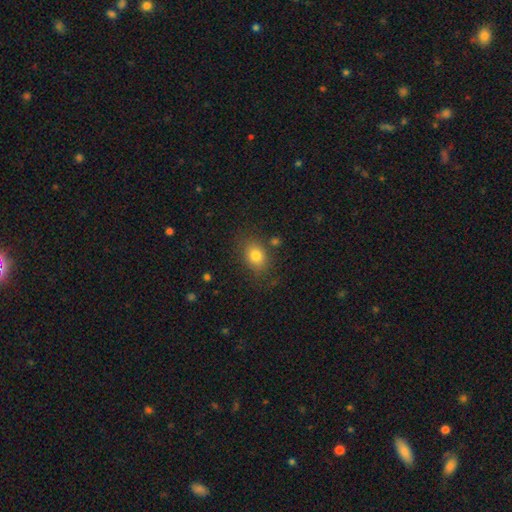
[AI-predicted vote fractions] The model was most divided on "how rounded": in between: 64%, round: 35%, cigar-shaped: 1%. More confident: smooth or featured — smooth (80%); merging — none (76%).